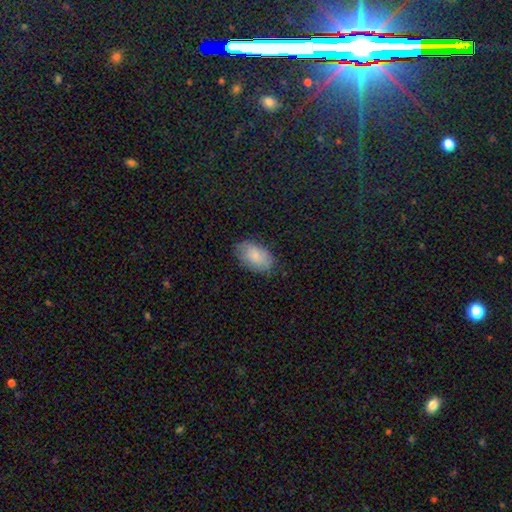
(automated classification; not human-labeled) The model was most divided on "merging": none: 76%, minor disturbance: 19%, major disturbance: 5%, merger: 1%. More confident: how rounded — in between (92%); smooth or featured — smooth (79%).